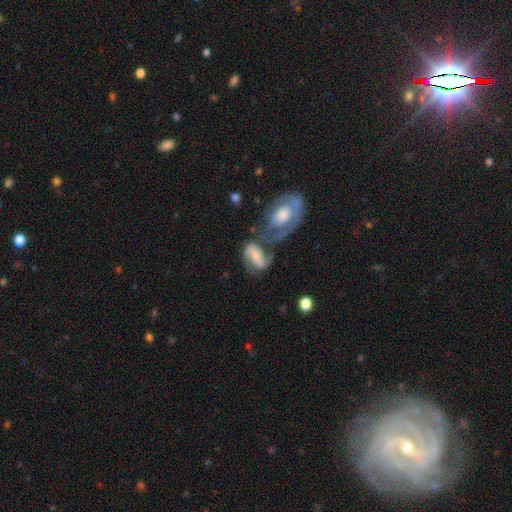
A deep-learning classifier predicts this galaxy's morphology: Smooth or featured? Predicted: featured or disk (p=0.73). Edge-on disk? Predicted: no (p=0.96). Bar? Predicted: strong (p=0.36, tied with weak). Spiral arms? Predicted: yes (p=0.91). Spiral winding? Predicted: medium (p=0.48). Spiral arm count? Predicted: 2 (p=0.87). Bulge size? Predicted: small (p=0.48). Merging? Predicted: none (p=0.39).